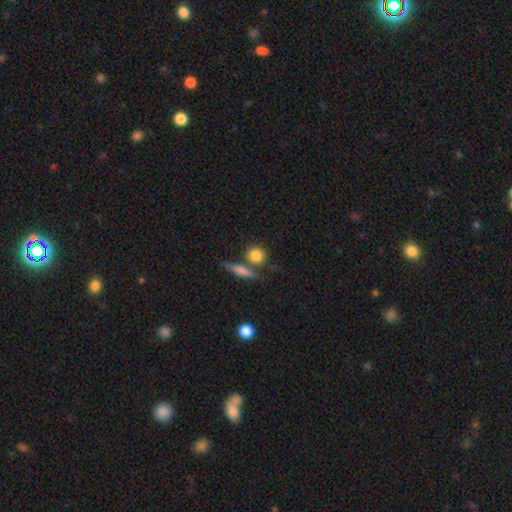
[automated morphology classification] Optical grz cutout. It shows a smooth galaxy with no disk features (82%) that is round (79%). Merging: none (66%).